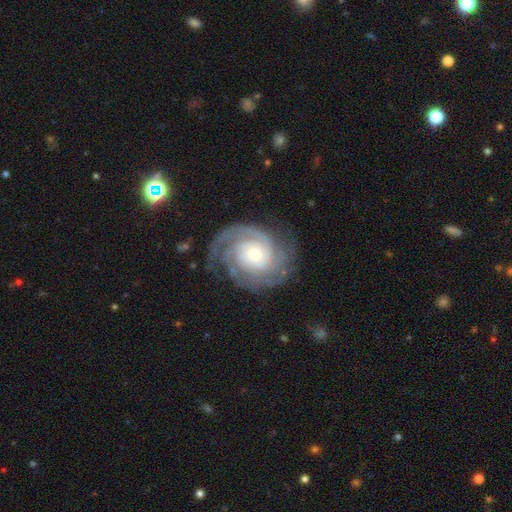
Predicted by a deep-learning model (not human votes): This appears to be a featured or disk galaxy (90%) with no bar (74%), 2 (33%) tight (73%) spiral arms (98%) and a small central bulge (48%). Merging: none (78%).